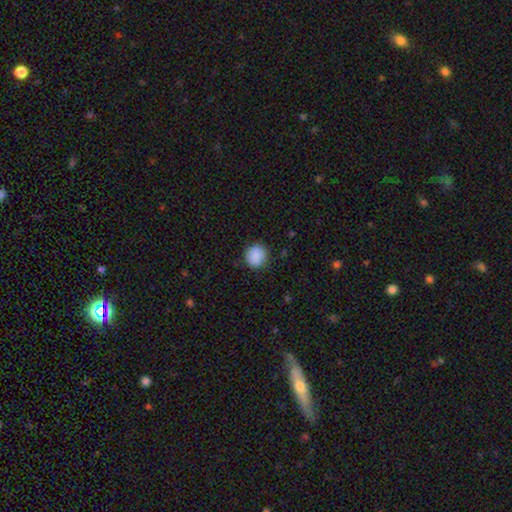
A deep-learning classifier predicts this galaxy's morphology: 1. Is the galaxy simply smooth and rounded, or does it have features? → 89% smooth, 8% star or artifact, 3% featured or disk.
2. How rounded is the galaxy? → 85% round, 14% in between, 1% cigar-shaped.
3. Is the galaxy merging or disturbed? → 86% none, 10% minor disturbance, 3% major disturbance, 1% merger.